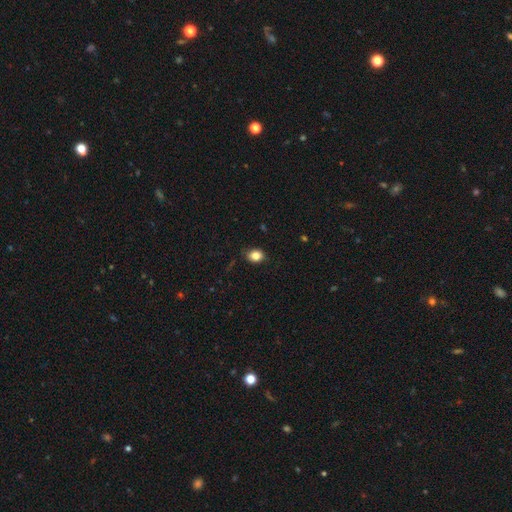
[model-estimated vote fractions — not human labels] smooth 84%, star or artifact 10%, featured or disk 6%. Down the decision tree: how rounded — in between (60%); merging — none (83%).